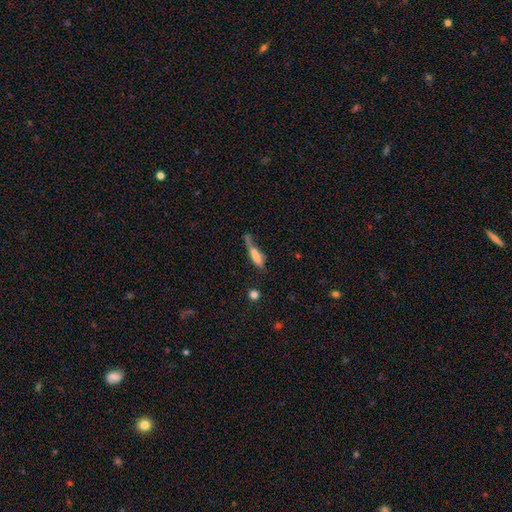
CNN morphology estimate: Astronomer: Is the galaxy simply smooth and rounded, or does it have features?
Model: smooth — 69%.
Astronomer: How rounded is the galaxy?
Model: cigar-shaped — 68%.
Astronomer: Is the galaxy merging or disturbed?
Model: none — 34% (runner-up: minor disturbance, 30%).